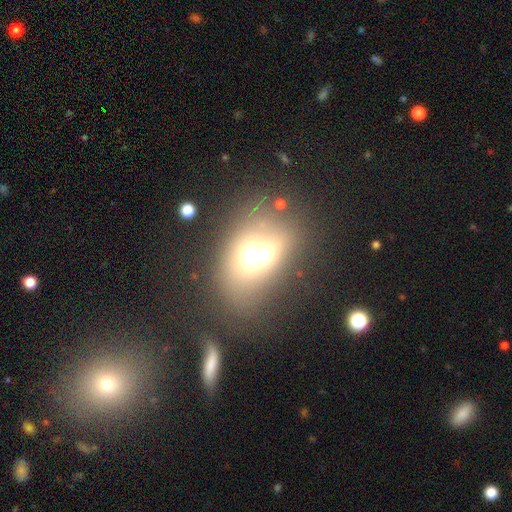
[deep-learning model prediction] This appears to be a smooth galaxy with no disk features (51%) that is in between round and cigar-shaped (62%). Merging: merger (44%).